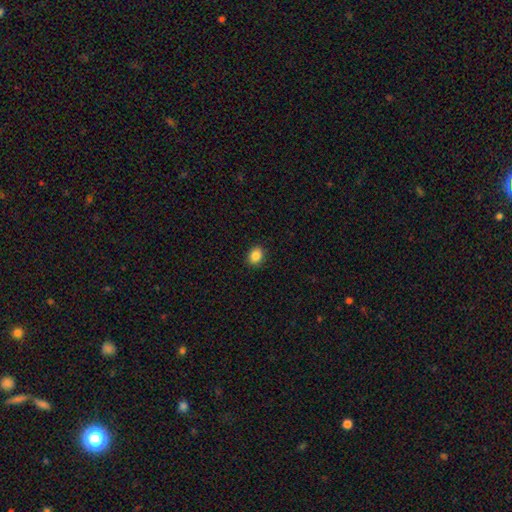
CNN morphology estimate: Smooth or featured?
  - smooth: 86% *
  - star or artifact: 10%
  - featured or disk: 4%
How rounded?
  - in between: 50% *
  - round: 49%
  - cigar-shaped: 1%
Merging?
  - none: 91% *
  - minor disturbance: 7%
  - major disturbance: 2%
  - merger: 1%